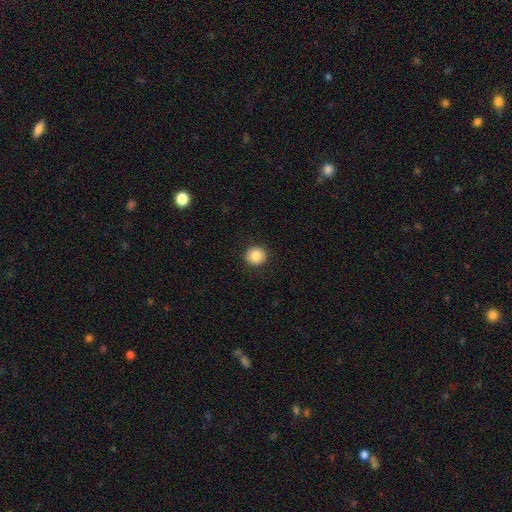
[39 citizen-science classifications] Morphology: type=smooth (87%); roundness=round (88%); merging=none (92%).